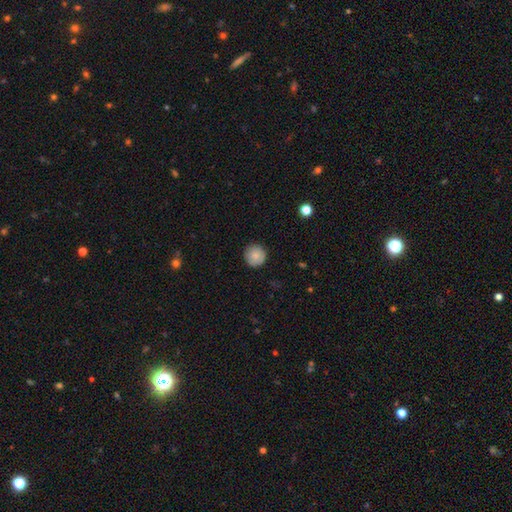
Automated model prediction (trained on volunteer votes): Morphology: type=smooth (84%); roundness=round (95%); merging=none (89%).